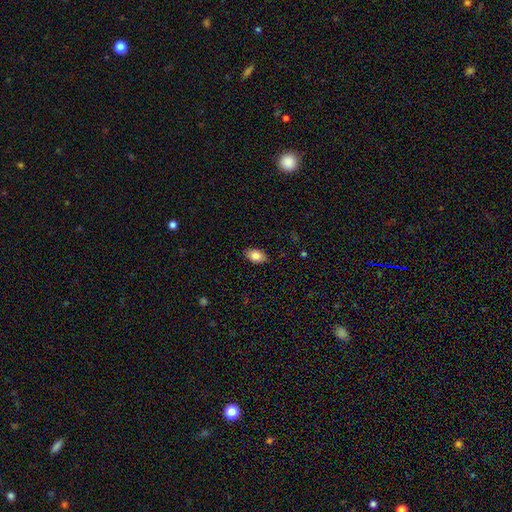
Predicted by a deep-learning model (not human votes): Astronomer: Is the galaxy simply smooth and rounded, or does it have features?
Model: smooth — 83%.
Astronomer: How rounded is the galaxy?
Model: in between — 89%.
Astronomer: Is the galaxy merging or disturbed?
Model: none — 86%.